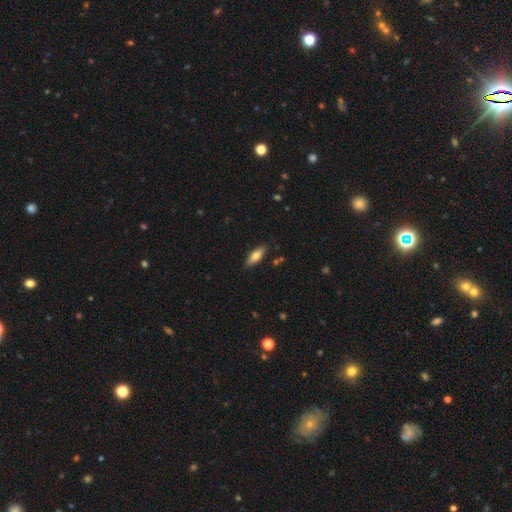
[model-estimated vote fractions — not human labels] Overall: smooth (75%). How rounded: in between (63%; cigar-shaped 35%). Merging: none (85%).